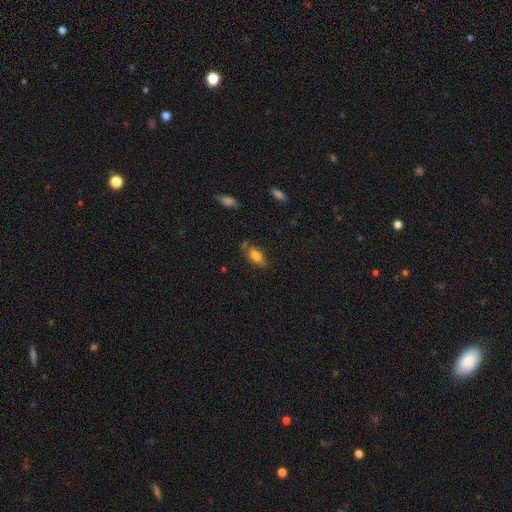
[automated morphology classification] The model was most divided on "merging": none: 61%, minor disturbance: 22%, merger: 10%, major disturbance: 7%. More confident: how rounded — in between (88%); smooth or featured — smooth (80%).